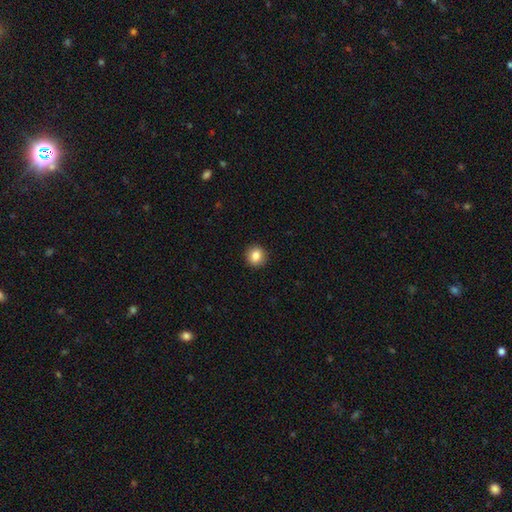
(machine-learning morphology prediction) Smooth or featured?
  - smooth: 85% *
  - star or artifact: 9%
  - featured or disk: 6%
How rounded?
  - round: 87% *
  - in between: 12%
  - cigar-shaped: 1%
Merging?
  - none: 92% *
  - minor disturbance: 5%
  - major disturbance: 2%
  - merger: 1%